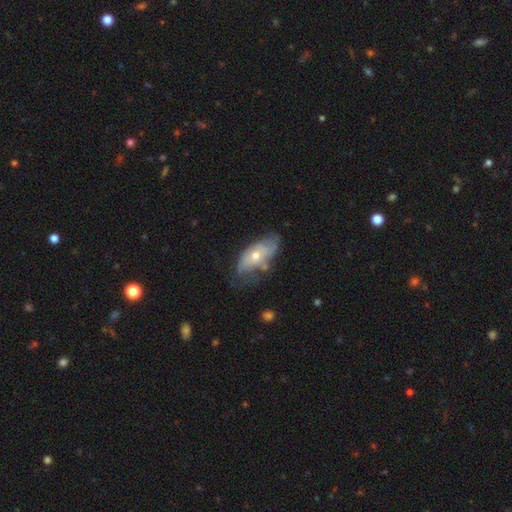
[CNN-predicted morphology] type=featured or disk (52%); edge-on=no (86%); merging=none (44%).